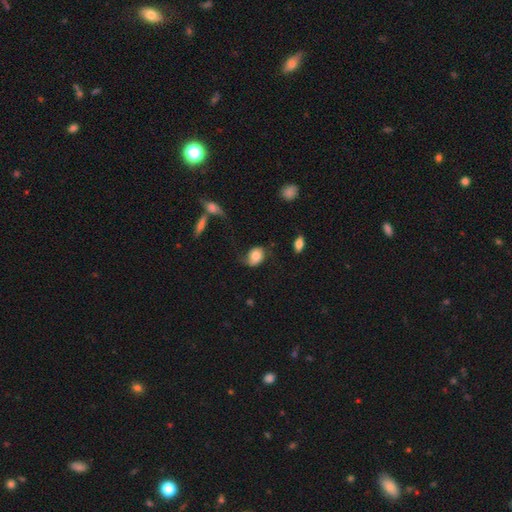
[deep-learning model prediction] smooth 63%, featured or disk 29%, star or artifact 8%. Down the decision tree: how rounded — in between (69%); merging — none (43%).